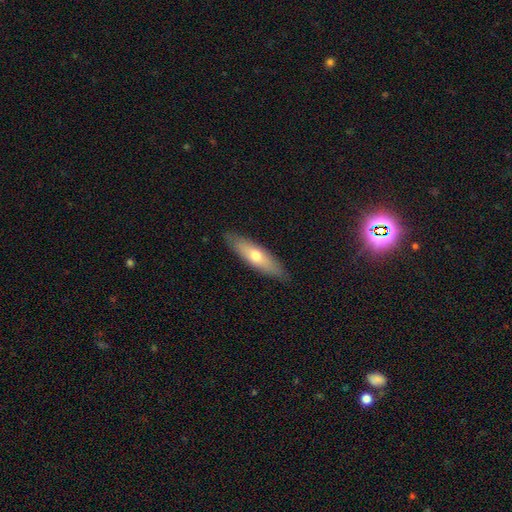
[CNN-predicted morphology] smooth-or-featured: smooth: 56% | featured or disk: 38% | star or artifact: 6%
  how-rounded: cigar-shaped: 61% | in between: 37% | round: 2%
  merging: none: 87% | minor disturbance: 10% | major disturbance: 2% | merger: 1%